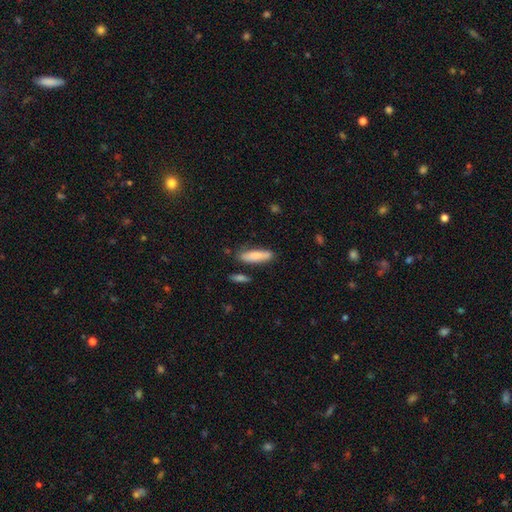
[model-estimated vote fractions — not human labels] Smooth or featured?
  - smooth: 80% *
  - featured or disk: 14%
  - star or artifact: 6%
How rounded?
  - cigar-shaped: 63% *
  - in between: 35%
  - round: 2%
Merging?
  - none: 76% *
  - minor disturbance: 16%
  - merger: 4%
  - major disturbance: 3%